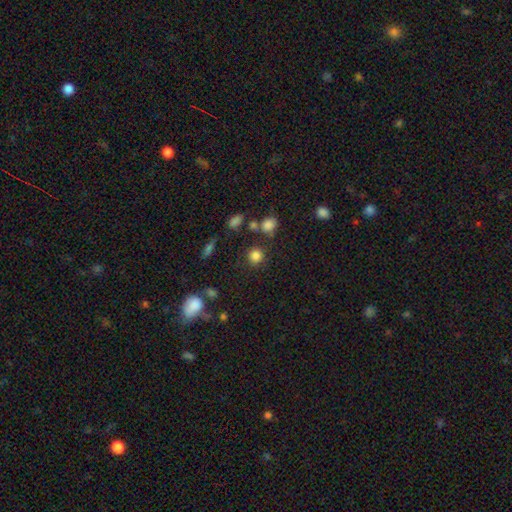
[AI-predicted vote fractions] Smooth or featured? Predicted: smooth (p=0.82). How rounded? Predicted: round (p=0.88). Merging? Predicted: none (p=0.80).